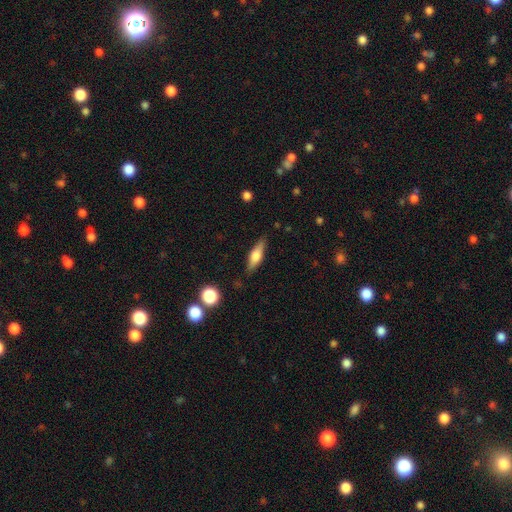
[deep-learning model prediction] smooth_or_featured: smooth (p=0.50) [alt: featured or disk p=0.43]
merging: none (p=0.83) [alt: minor disturbance p=0.12]